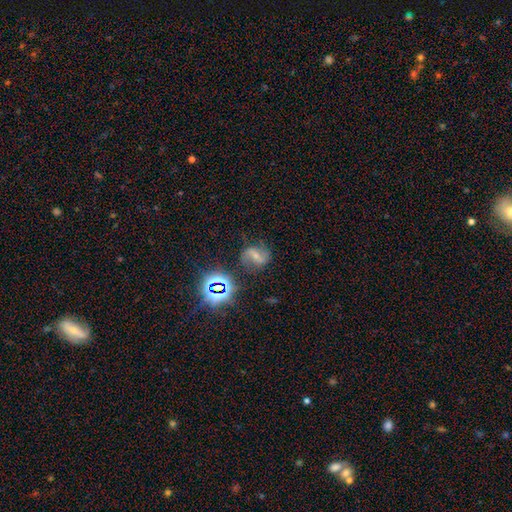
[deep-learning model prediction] smooth-or-featured: featured or disk: 52% | smooth: 24% | star or artifact: 24%
  disk-edge-on: no: 95% | yes: 5%
  merging: none: 71% | minor disturbance: 17% | major disturbance: 9% | merger: 4%